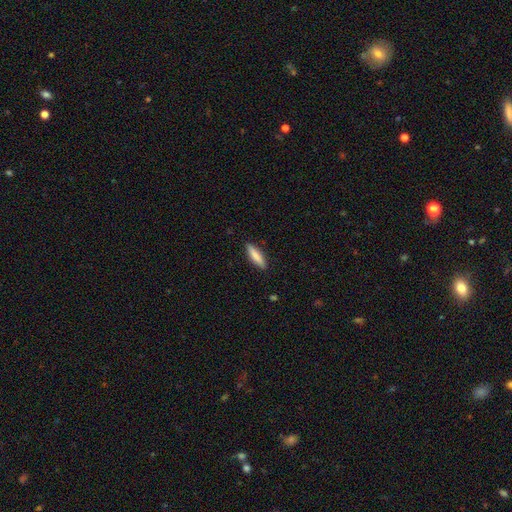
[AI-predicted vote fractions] Morphology: type=smooth (78%); roundness=cigar-shaped (75%); merging=none (89%).